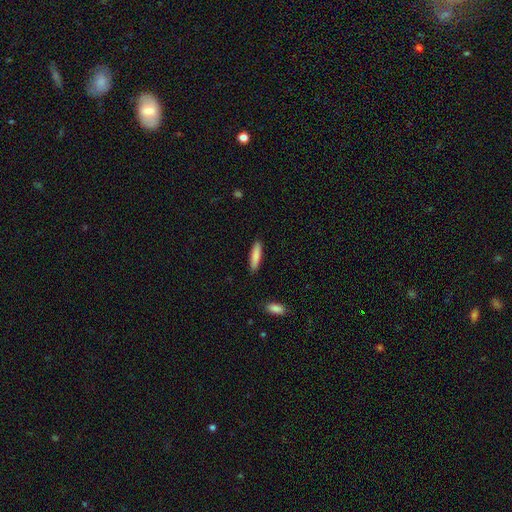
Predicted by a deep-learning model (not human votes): Smooth or featured? Predicted: smooth (p=0.85). How rounded? Predicted: cigar-shaped (p=0.75). Merging? Predicted: none (p=0.89).